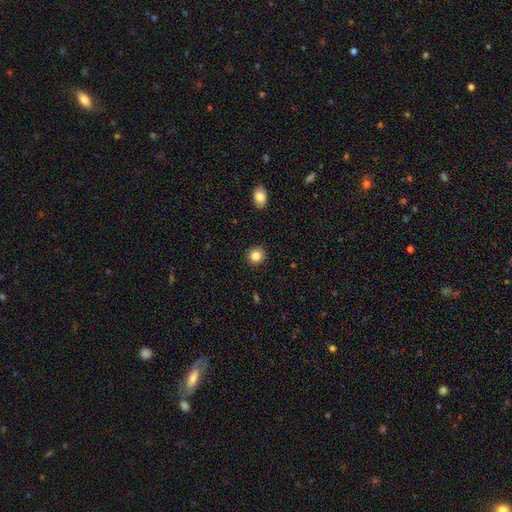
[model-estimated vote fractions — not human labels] Smooth or featured?
  - smooth: 85% *
  - star or artifact: 10%
  - featured or disk: 5%
How rounded?
  - round: 89% *
  - in between: 10%
  - cigar-shaped: 1%
Merging?
  - none: 92% *
  - minor disturbance: 5%
  - major disturbance: 2%
  - merger: 1%